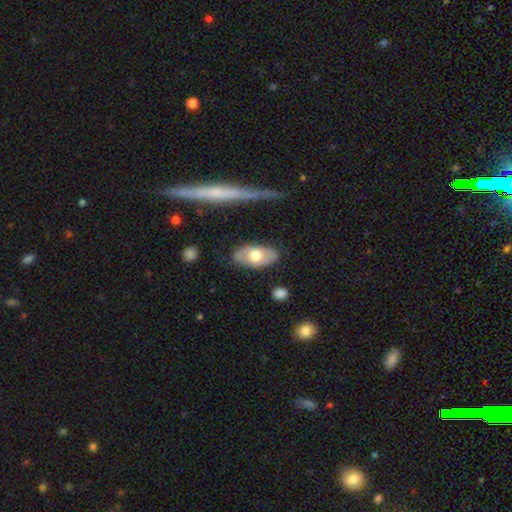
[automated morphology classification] smooth_or_featured: smooth (p=0.53) [alt: featured or disk p=0.42]
how_rounded: in between (p=0.91) [alt: round p=0.05]
merging: none (p=0.81) [alt: minor disturbance p=0.14]